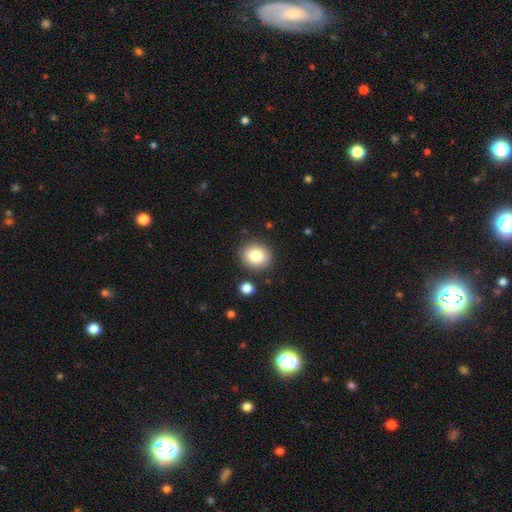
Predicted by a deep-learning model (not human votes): This appears to be a smooth galaxy with no disk features (82%) that is round (69%). Merging: none (87%).